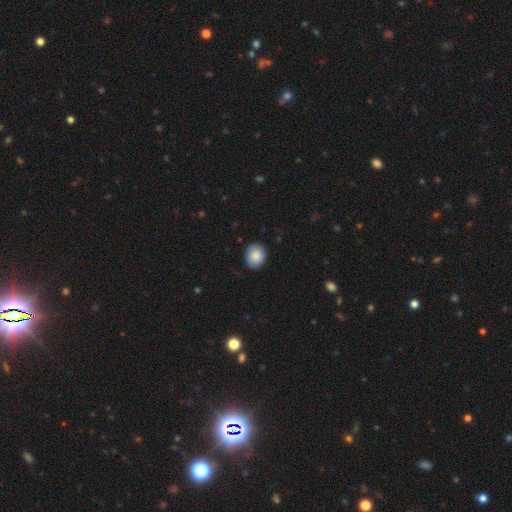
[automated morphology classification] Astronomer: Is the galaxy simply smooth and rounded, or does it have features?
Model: smooth — 87%.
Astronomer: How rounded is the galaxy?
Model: round — 64%.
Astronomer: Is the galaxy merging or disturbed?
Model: none — 84%.